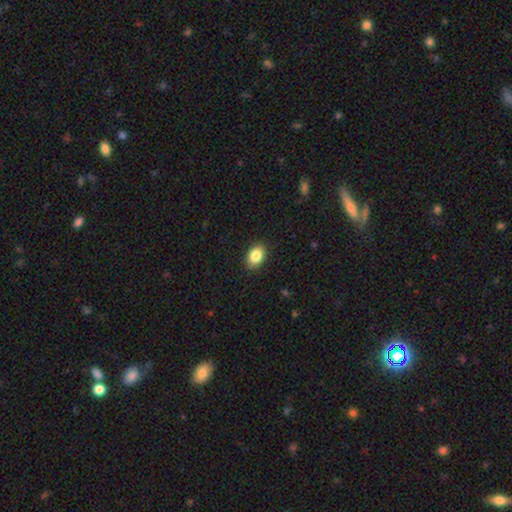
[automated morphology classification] A smooth galaxy with no disk features (86%) that is in between round and cigar-shaped (82%). Merging: none (89%).